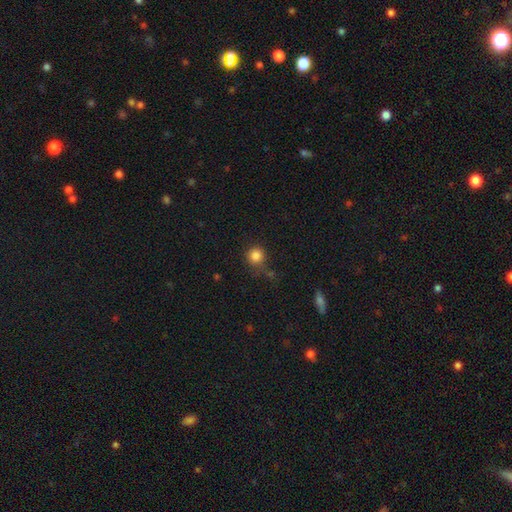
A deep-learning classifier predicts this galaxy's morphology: A smooth galaxy with no disk features (85%) that is round (93%).

Vote fractions:
- Smooth or featured? smooth: 85% / star or artifact: 11% / featured or disk: 4%
- How rounded? round: 93% / in between: 6% / cigar-shaped: 1%
- Merging? none: 74% / minor disturbance: 15% / major disturbance: 6% / merger: 5%